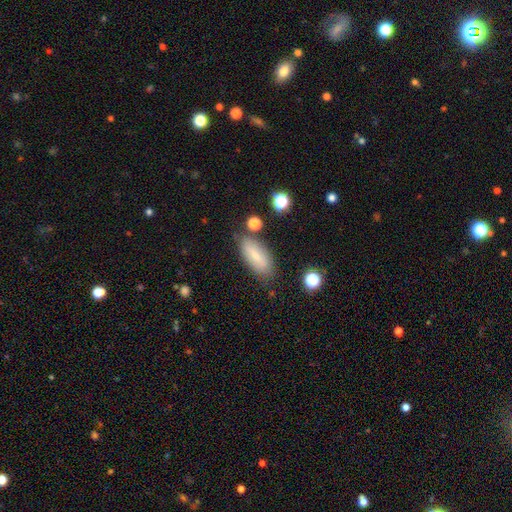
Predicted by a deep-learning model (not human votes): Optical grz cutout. It shows a smooth galaxy with no disk features (68%) that is in between round and cigar-shaped (81%). Merging: none (76%).